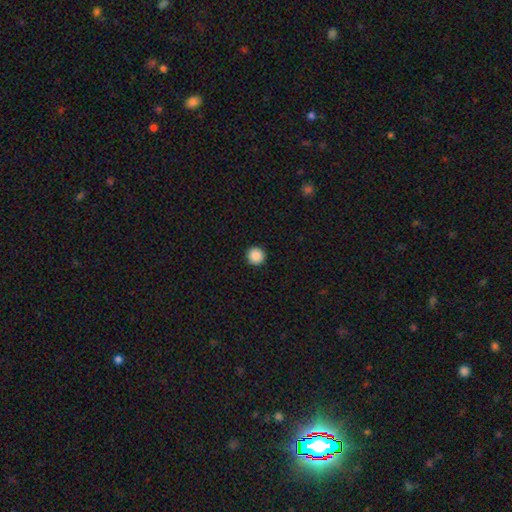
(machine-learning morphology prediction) This is clearly a smooth galaxy (88%). How rounded: clearly round (96%). Merging: clearly none (94%).